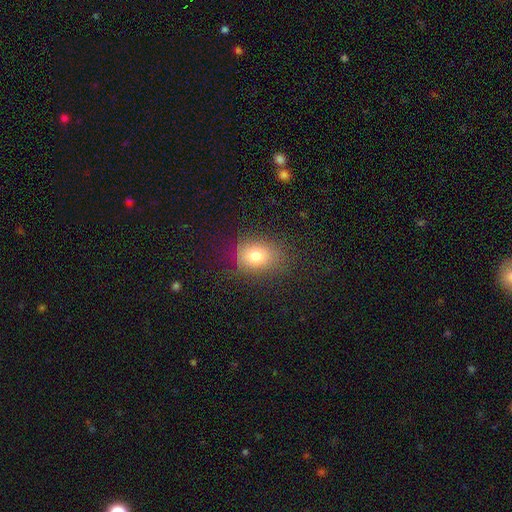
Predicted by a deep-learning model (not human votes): A smooth galaxy with no disk features (79%) that is in between round and cigar-shaped (57%).

Vote fractions:
- Smooth or featured? smooth: 79% / star or artifact: 12% / featured or disk: 9%
- How rounded? in between: 57% / round: 42% / cigar-shaped: 1%
- Merging? none: 74% / minor disturbance: 18% / major disturbance: 7% / merger: 1%